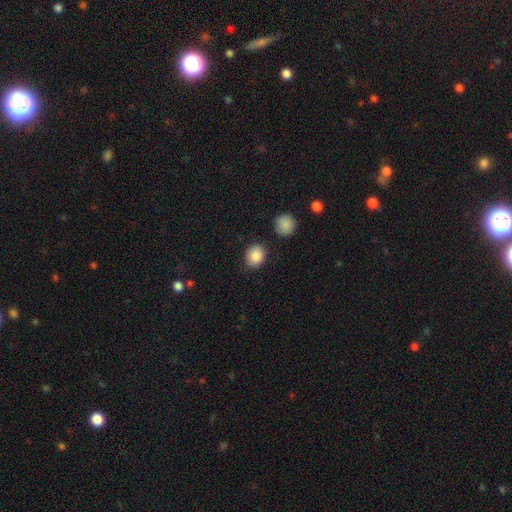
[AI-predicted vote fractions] This is clearly a smooth galaxy (88%). How rounded: possibly round (52%). Merging: clearly none (81%).